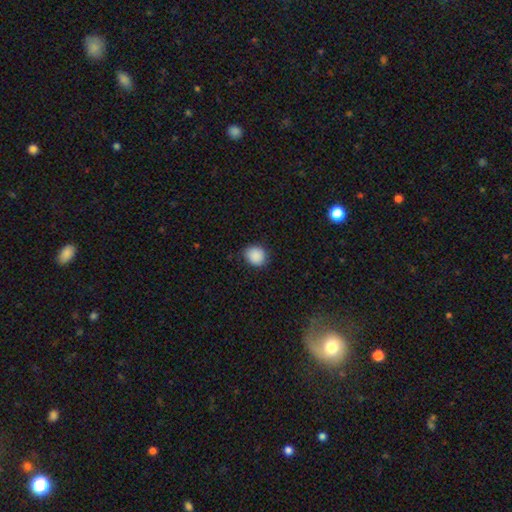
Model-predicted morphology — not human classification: smooth 89%, star or artifact 8%, featured or disk 3%. Down the decision tree: how rounded — round (75%); merging — none (85%).